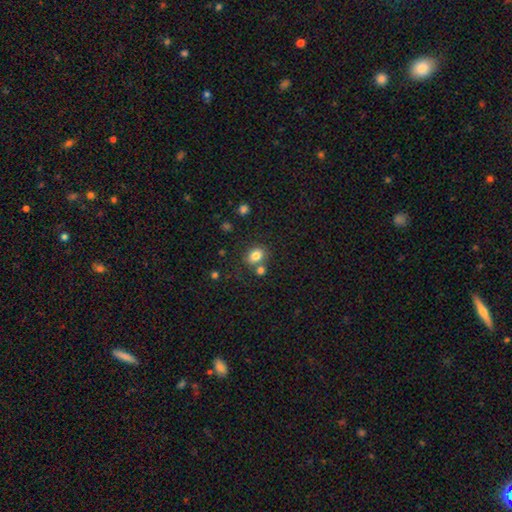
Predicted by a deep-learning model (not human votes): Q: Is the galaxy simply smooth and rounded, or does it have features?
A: smooth — 81%.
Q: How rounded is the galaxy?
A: in between — 59%.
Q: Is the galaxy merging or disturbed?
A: none — 64%.